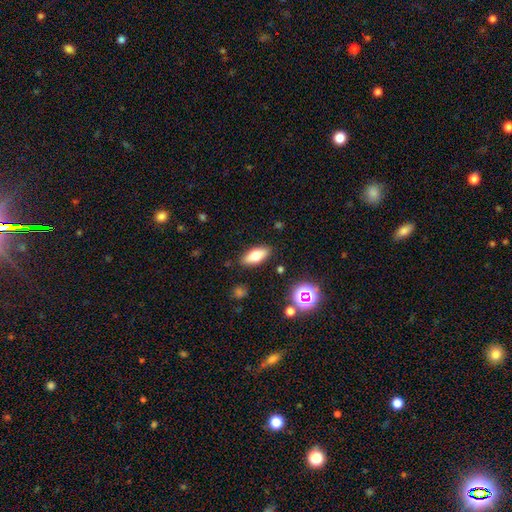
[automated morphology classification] Smooth or featured? Predicted: smooth (p=0.69). How rounded? Predicted: in between (p=0.78). Merging? Predicted: none (p=0.87).